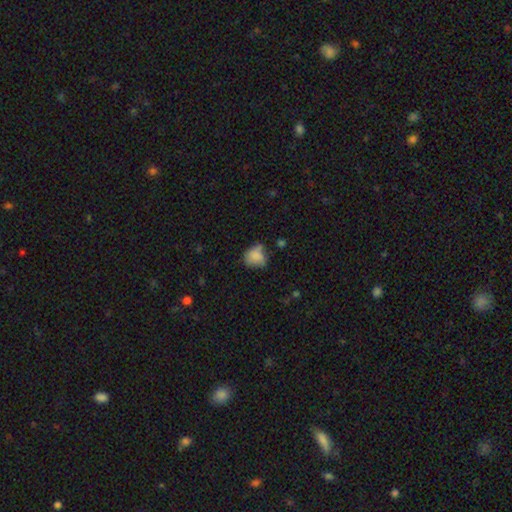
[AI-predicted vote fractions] smooth 77%, featured or disk 12%, star or artifact 11%. Down the decision tree: how rounded — round (57%); merging — none (42%).